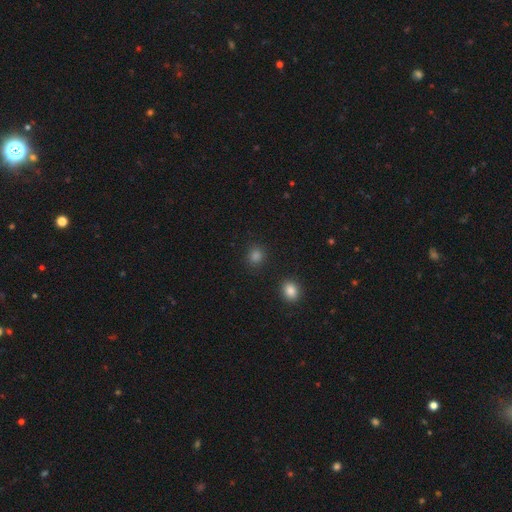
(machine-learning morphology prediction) Smooth or featured?
  - smooth: 80% *
  - star or artifact: 16%
  - featured or disk: 4%
How rounded?
  - round: 85% *
  - in between: 14%
  - cigar-shaped: 1%
Merging?
  - none: 89% *
  - minor disturbance: 6%
  - merger: 3%
  - major disturbance: 2%